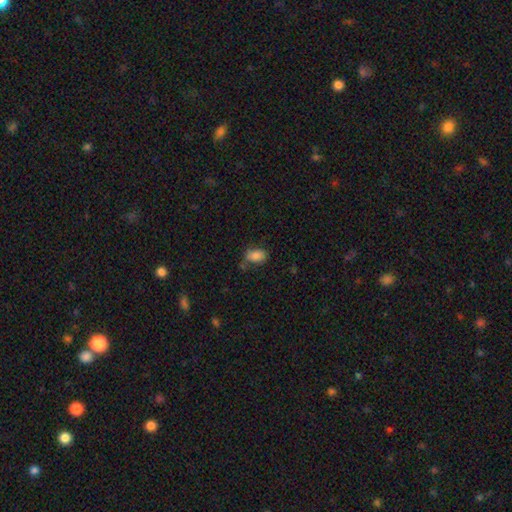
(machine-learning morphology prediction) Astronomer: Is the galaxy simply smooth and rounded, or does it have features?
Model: smooth — 84%.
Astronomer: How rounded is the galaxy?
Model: in between — 89%.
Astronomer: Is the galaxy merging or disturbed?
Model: none — 66%.